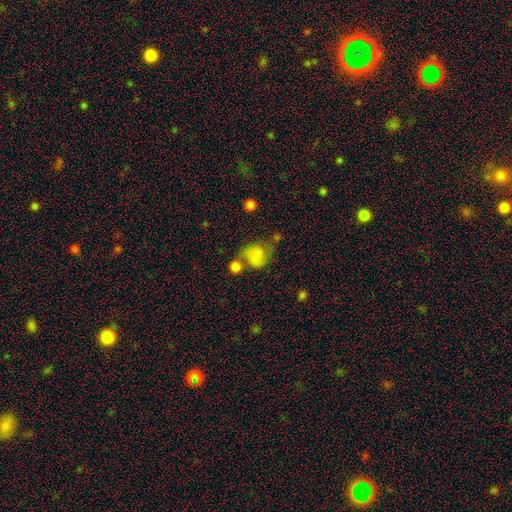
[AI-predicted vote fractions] smooth 70%, featured or disk 18%, star or artifact 12%. Down the decision tree: how rounded — round (62%); merging — none (40%).